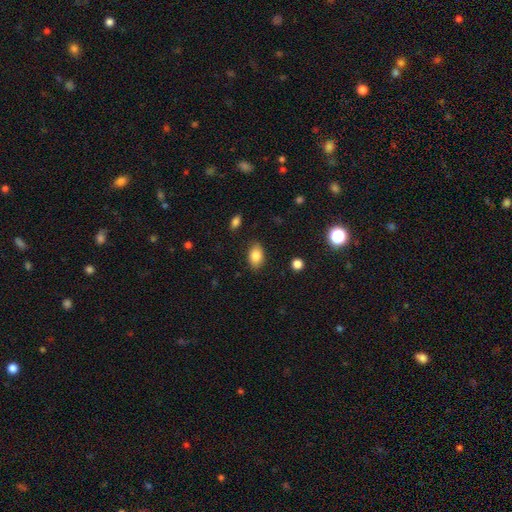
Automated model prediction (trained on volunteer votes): A smooth galaxy with no disk features (84%) that is in between round and cigar-shaped (89%). Merging: none (86%).